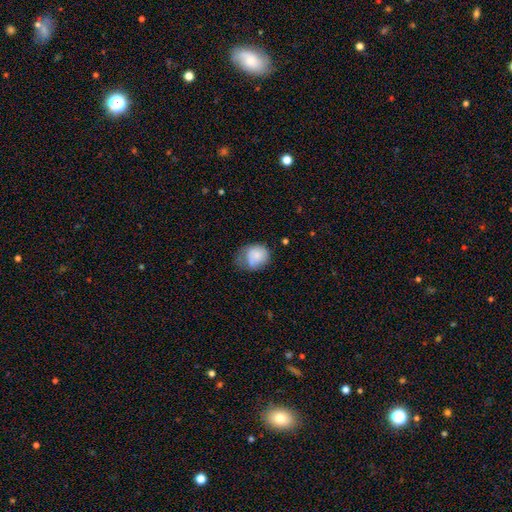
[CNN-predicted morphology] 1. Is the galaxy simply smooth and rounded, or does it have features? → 77% smooth, 15% featured or disk, 8% star or artifact.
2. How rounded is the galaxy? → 58% round, 41% in between, 1% cigar-shaped.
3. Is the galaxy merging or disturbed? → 38% none, 37% minor disturbance, 21% major disturbance, 4% merger.